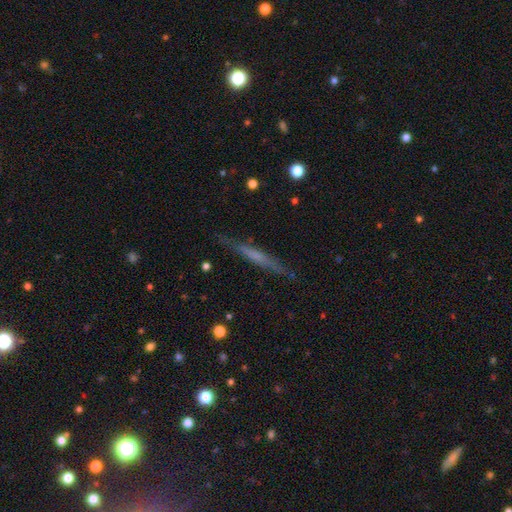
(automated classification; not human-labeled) smooth_or_featured: featured or disk (p=0.55) [alt: smooth p=0.38]
disk_edge_on: yes (p=0.94) [alt: no p=0.06]
edge_on_bulge: none (p=0.68) [alt: rounded p=0.19]
merging: none (p=0.84) [alt: minor disturbance p=0.11]